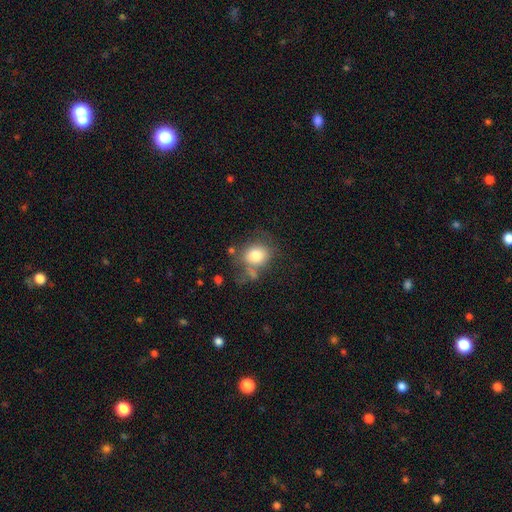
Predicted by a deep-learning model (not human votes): A smooth galaxy with no disk features (78%) that is round (61%).

Vote fractions:
- Smooth or featured? smooth: 78% / featured or disk: 13% / star or artifact: 10%
- How rounded? round: 61% / in between: 38% / cigar-shaped: 1%
- Merging? none: 54% / minor disturbance: 22% / major disturbance: 13% / merger: 11%